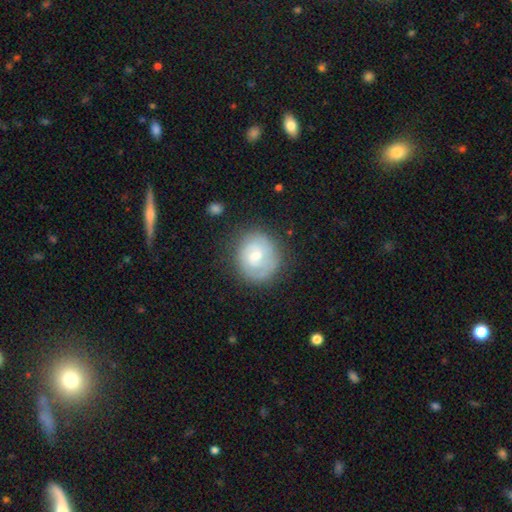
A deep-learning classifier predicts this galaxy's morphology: Smooth or featured?
  - featured or disk: 62% *
  - smooth: 31%
  - star or artifact: 6%
Edge-on disk?
  - no: 98% *
  - yes: 2%
Bar?
  - weak: 50% *
  - no: 42%
  - strong: 8%
Spiral arms?
  - yes: 82% *
  - no: 18%
Spiral winding?
  - tight: 60% *
  - medium: 30%
  - loose: 10%
Spiral arm count?
  - 2: 46% *
  - can't tell: 30%
  - 1: 12%
  - 3: 7%
  - 4: 2%
  - more than 4: 2%
Bulge size?
  - moderate: 52% *
  - small: 39%
  - large: 5%
  - none: 3%
  - dominant: 1%
Merging?
  - none: 75% *
  - minor disturbance: 16%
  - major disturbance: 7%
  - merger: 2%